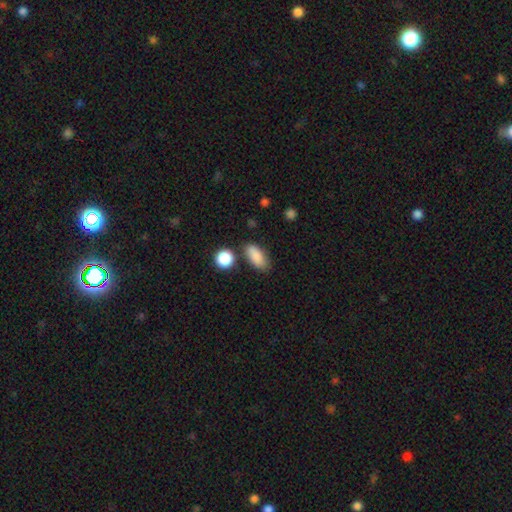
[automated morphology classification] A smooth galaxy with no disk features (87%) that is in between round and cigar-shaped (87%).

Vote fractions:
- Smooth or featured? smooth: 87% / star or artifact: 7% / featured or disk: 6%
- How rounded? in between: 87% / cigar-shaped: 8% / round: 5%
- Merging? none: 74% / minor disturbance: 15% / merger: 7% / major disturbance: 4%